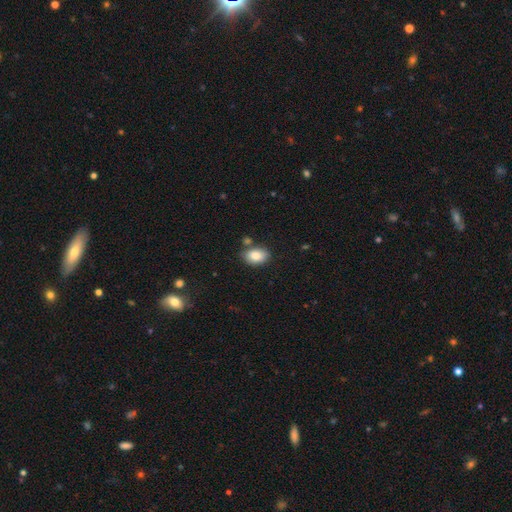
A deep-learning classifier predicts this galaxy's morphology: Smooth or featured: smooth — 85% (star or artifact — 8%)
How rounded: in between — 84% (round — 15%)
Merging: none — 74% (minor disturbance — 14%)